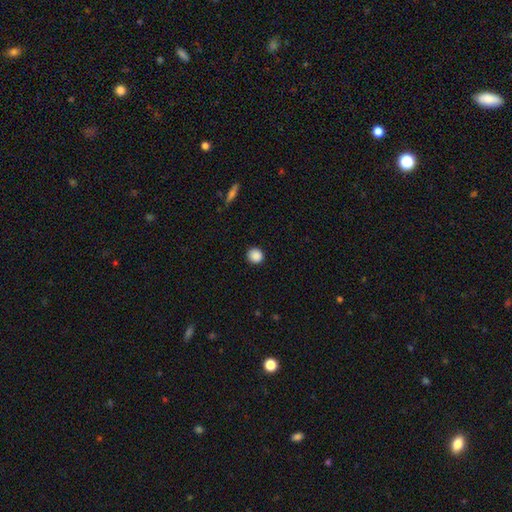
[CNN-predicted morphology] smooth_or_featured: smooth (p=0.88) [alt: star or artifact p=0.09]
how_rounded: round (p=0.93) [alt: in between p=0.06]
merging: none (p=0.92) [alt: minor disturbance p=0.05]